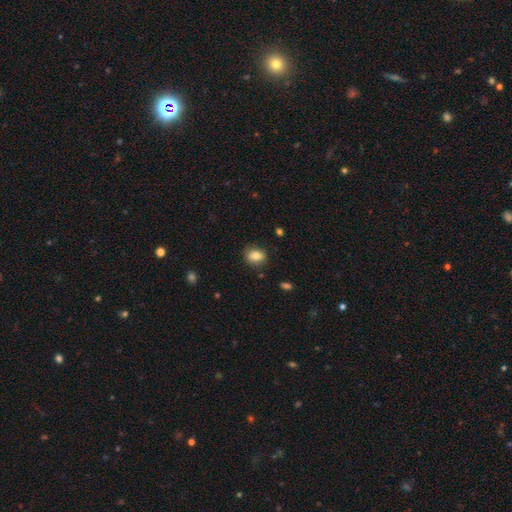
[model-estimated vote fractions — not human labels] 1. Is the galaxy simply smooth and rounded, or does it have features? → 75% smooth, 15% featured or disk, 10% star or artifact.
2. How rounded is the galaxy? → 51% round, 48% in between, 1% cigar-shaped.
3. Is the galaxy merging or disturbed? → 82% none, 13% minor disturbance, 3% major disturbance, 2% merger.